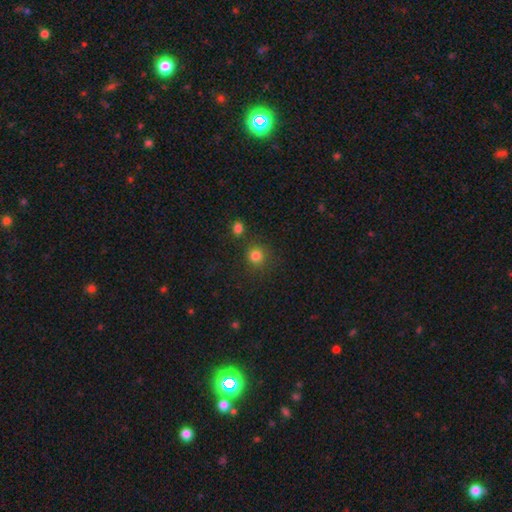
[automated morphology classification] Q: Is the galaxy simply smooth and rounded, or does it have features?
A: smooth — 81%.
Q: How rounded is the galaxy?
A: round — 92%.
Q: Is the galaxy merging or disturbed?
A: none — 78%.